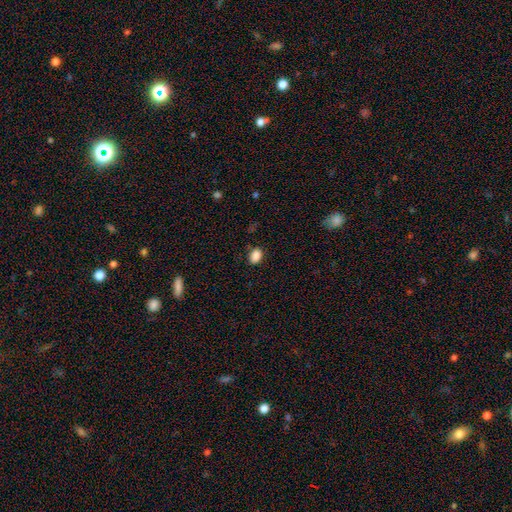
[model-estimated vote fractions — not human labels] smooth 87%, star or artifact 10%, featured or disk 3%. Down the decision tree: how rounded — in between (75%); merging — none (82%).